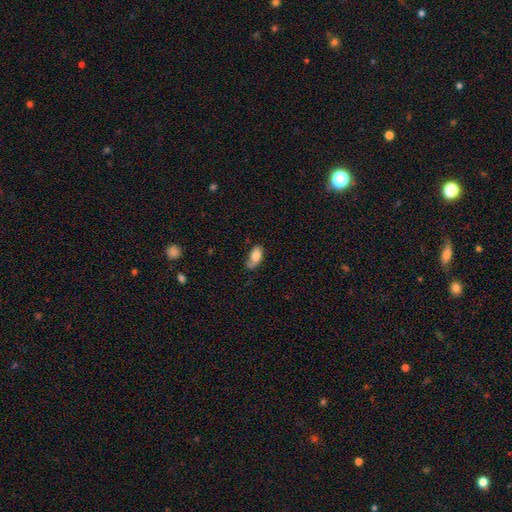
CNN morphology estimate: Smooth or featured?
  - smooth: 76% *
  - featured or disk: 16%
  - star or artifact: 7%
How rounded?
  - in between: 90% *
  - cigar-shaped: 5%
  - round: 5%
Merging?
  - none: 46% *
  - minor disturbance: 37%
  - major disturbance: 14%
  - merger: 3%